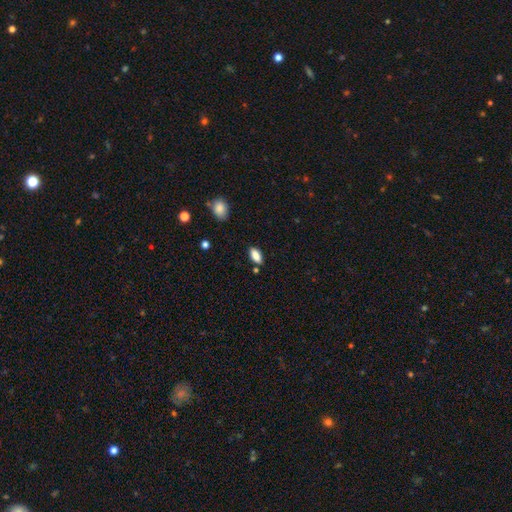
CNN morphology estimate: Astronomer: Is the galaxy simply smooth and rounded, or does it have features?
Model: smooth — 84%.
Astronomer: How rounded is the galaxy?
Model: in between — 82%.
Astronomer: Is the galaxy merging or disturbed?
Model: none — 83%.